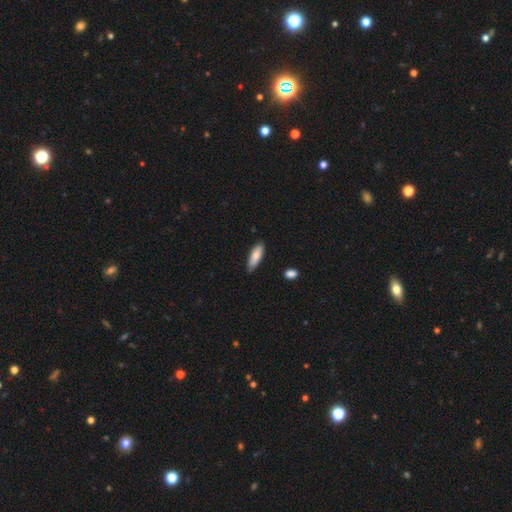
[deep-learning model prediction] A smooth galaxy with no disk features (81%) that is in between round and cigar-shaped (57%).

Vote fractions:
- Smooth or featured? smooth: 81% / featured or disk: 14% / star or artifact: 6%
- How rounded? in between: 57% / cigar-shaped: 41% / round: 2%
- Merging? none: 81% / minor disturbance: 15% / major disturbance: 2% / merger: 2%